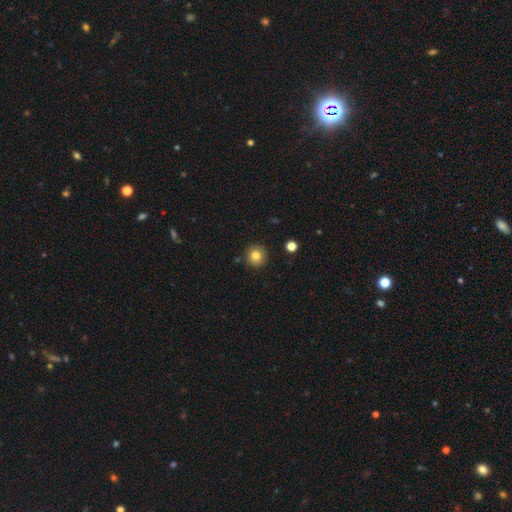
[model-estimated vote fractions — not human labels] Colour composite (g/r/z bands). It shows a smooth galaxy with no disk features (82%) that is round (94%). Merging: none (90%).